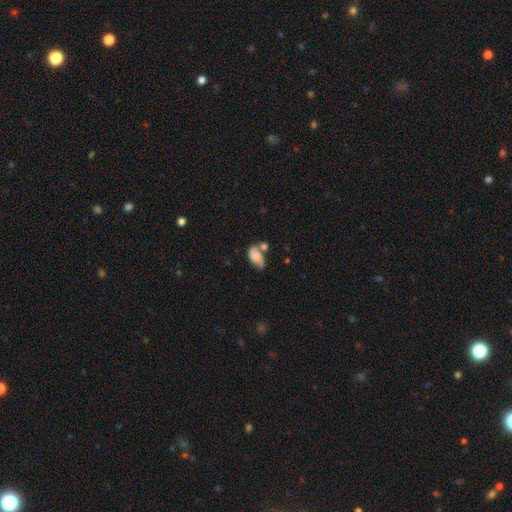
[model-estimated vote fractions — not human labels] Q: Smooth or featured?
A: smooth (75%); runner-up: featured or disk (17%)
Q: How rounded?
A: in between (91%); runner-up: round (6%)
Q: Merging?
A: merger (33%); runner-up: none (31%)